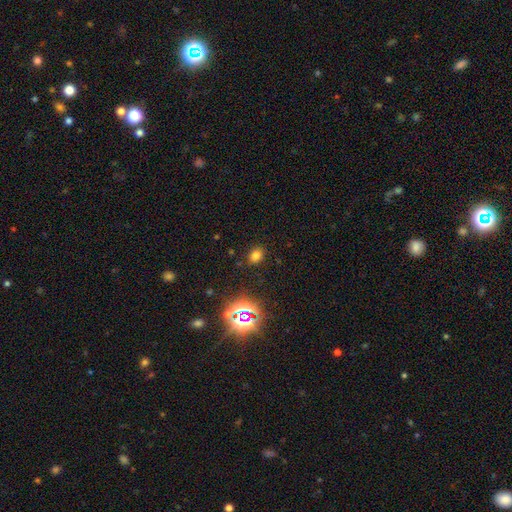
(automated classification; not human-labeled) Smooth or featured?
  - smooth: 71% *
  - star or artifact: 22%
  - featured or disk: 6%
How rounded?
  - in between: 60% *
  - round: 39%
  - cigar-shaped: 1%
Merging?
  - none: 87% *
  - minor disturbance: 9%
  - major disturbance: 3%
  - merger: 2%